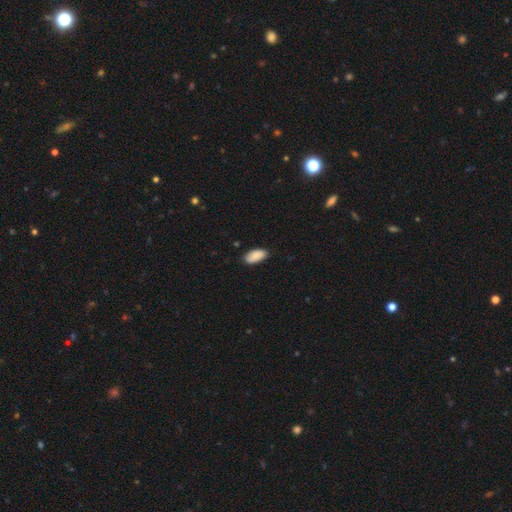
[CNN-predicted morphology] Smooth or featured?
  - smooth: 89% *
  - star or artifact: 6%
  - featured or disk: 4%
How rounded?
  - in between: 92% *
  - cigar-shaped: 6%
  - round: 2%
Merging?
  - none: 82% *
  - minor disturbance: 15%
  - major disturbance: 2%
  - merger: 1%